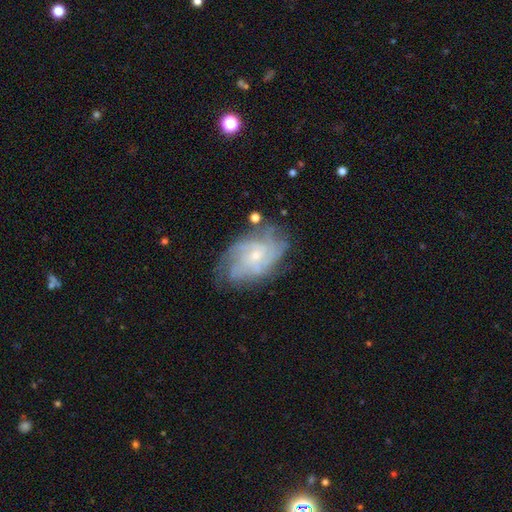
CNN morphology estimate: The model was most divided on "spiral winding": tight: 52%, medium: 35%, loose: 13%. Remaining: edge-on disk — no (96%); spiral arms — yes (90%); smooth or featured — featured or disk (78%); bulge size — small (69%); merging — none (67%); bar — no (67%); spiral arm count — can't tell (43%).